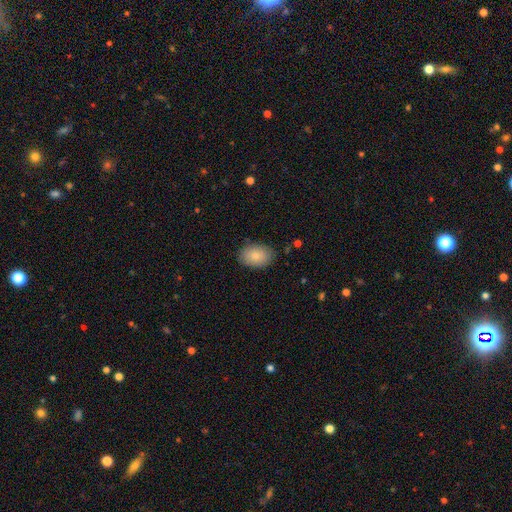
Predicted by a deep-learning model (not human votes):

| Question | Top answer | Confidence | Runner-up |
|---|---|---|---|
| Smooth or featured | smooth | 86% | featured or disk (7%) |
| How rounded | in between | 88% | round (11%) |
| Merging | none | 84% | minor disturbance (12%) |